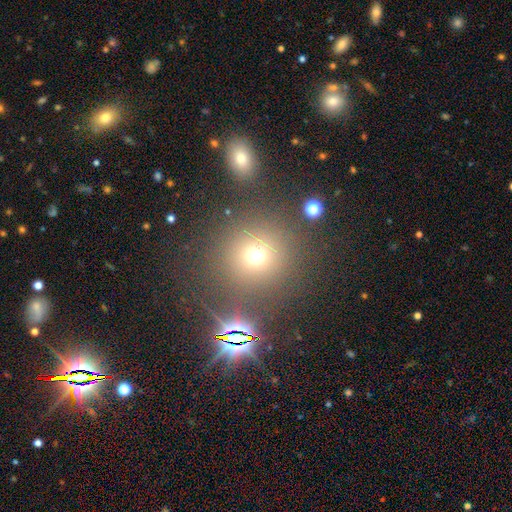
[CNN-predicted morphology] Overall: smooth (63%; star or artifact 27%). How rounded: round (92%). Merging: none (81%).